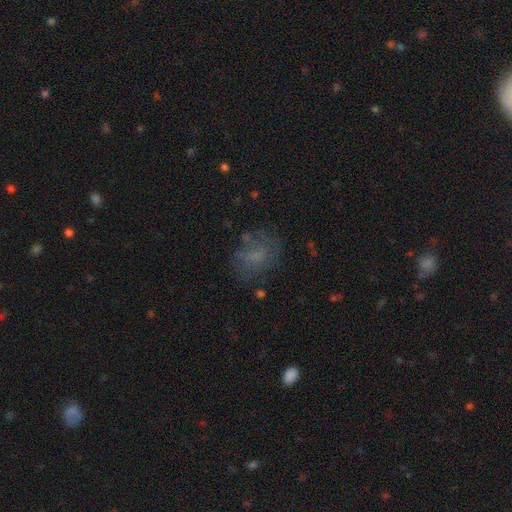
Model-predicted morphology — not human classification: Q: Smooth or featured?
A: smooth (54%); runner-up: featured or disk (29%)
Q: How rounded?
A: in between (60%); runner-up: round (38%)
Q: Merging?
A: none (59%); runner-up: minor disturbance (20%)